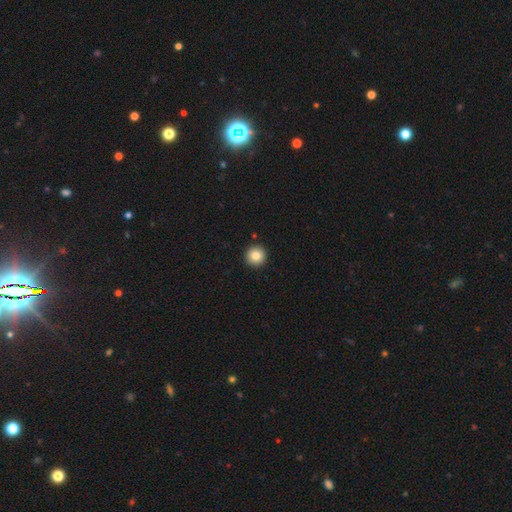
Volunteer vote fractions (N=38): A smooth galaxy with no disk features (87%) that is round (100%). Merging: none (94%).